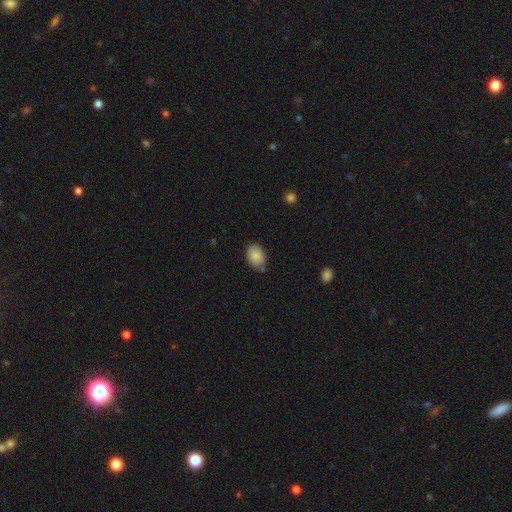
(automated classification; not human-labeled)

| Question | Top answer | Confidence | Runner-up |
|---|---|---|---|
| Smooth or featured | smooth | 85% | featured or disk (8%) |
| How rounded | in between | 85% | round (14%) |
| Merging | none | 70% | minor disturbance (24%) |